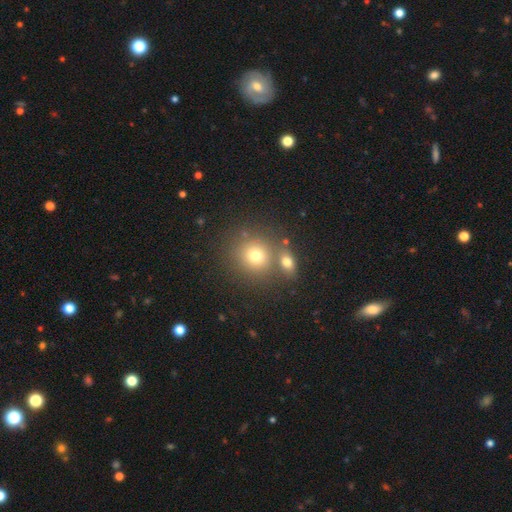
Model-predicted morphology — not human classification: smooth 72%, star or artifact 15%, featured or disk 13%. Down the decision tree: how rounded — round (87%); merging — none (61%).